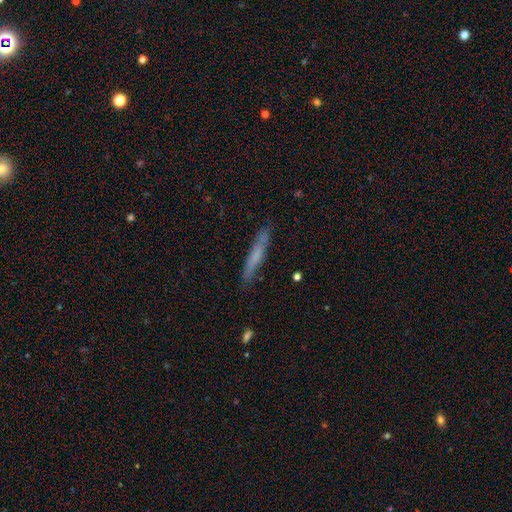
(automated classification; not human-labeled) Overall: smooth (54%; featured or disk 39%). How rounded: cigar-shaped (94%). Merging: none (85%).